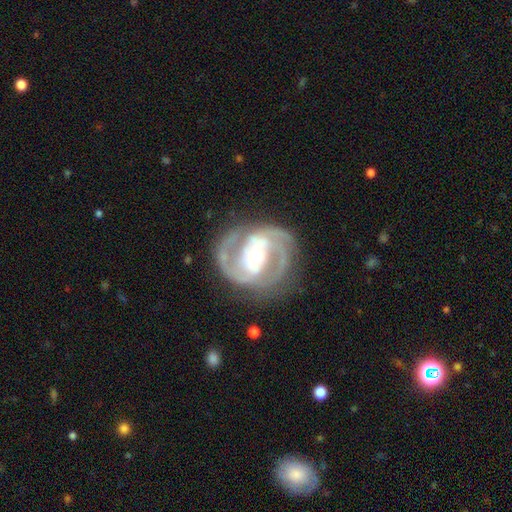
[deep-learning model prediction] A featured or disk galaxy (89%) with a strong bar (40%), 2 (77%) medium (49%) spiral arms (95%) and a moderate central bulge (69%).

Vote fractions:
- Smooth or featured? featured or disk: 89% / smooth: 6% / star or artifact: 4%
- Edge-on disk? no: 97% / yes: 3%
- Bar? strong: 40% / weak: 36% / no: 25%
- Spiral arms? yes: 95% / no: 5%
- Spiral winding? medium: 49% / tight: 41% / loose: 10%
- Spiral arm count? 2: 77% / 3: 10% / can't tell: 6% / 1: 2% / 4: 2% / more than 4: 2%
- Bulge size? moderate: 69% / small: 19% / large: 10% / dominant: 1% / none: 1%
- Merging? none: 77% / minor disturbance: 14% / major disturbance: 7% / merger: 2%